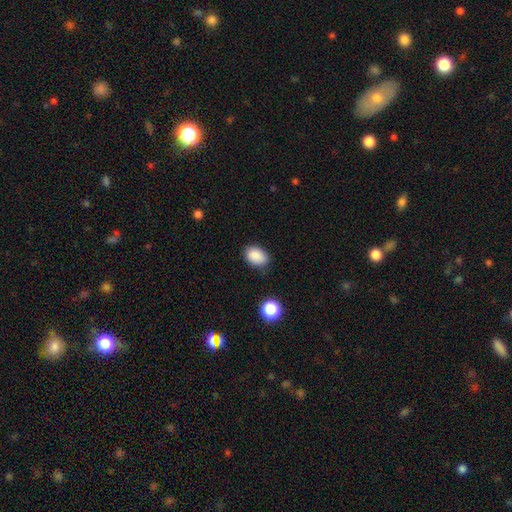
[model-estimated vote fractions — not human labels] Smooth or featured? Predicted: smooth (p=0.88). How rounded? Predicted: in between (p=0.78). Merging? Predicted: none (p=0.79).